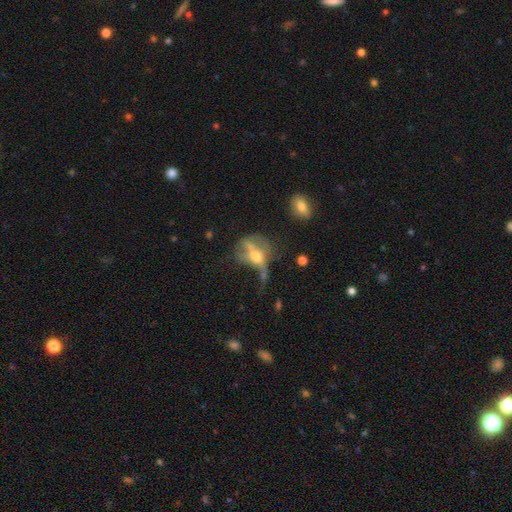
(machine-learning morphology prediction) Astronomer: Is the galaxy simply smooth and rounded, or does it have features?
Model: featured or disk — 49% (runner-up: smooth, 37%).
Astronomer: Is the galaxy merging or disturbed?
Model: major disturbance — 45% (runner-up: none, 23%).